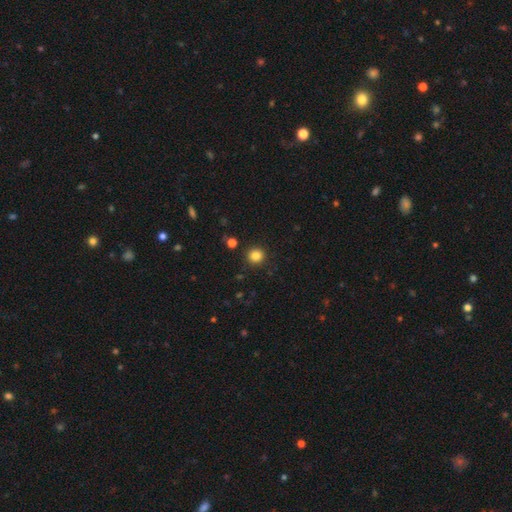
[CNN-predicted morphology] Smooth or featured? Predicted: smooth (p=0.84). How rounded? Predicted: round (p=0.93). Merging? Predicted: none (p=0.91).